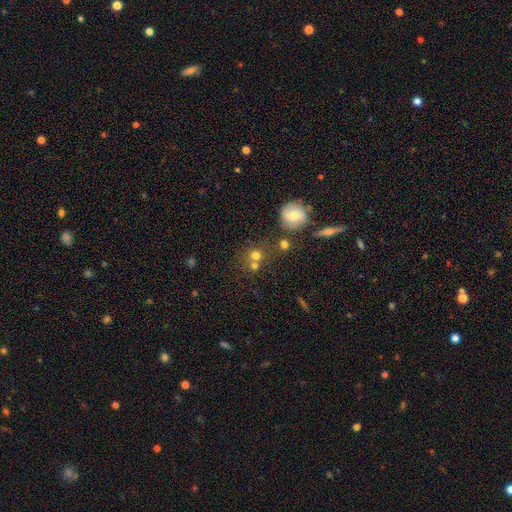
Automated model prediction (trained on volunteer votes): This is likely a smooth galaxy (72%). How rounded: clearly round (87%). Merging: possibly none (57%).